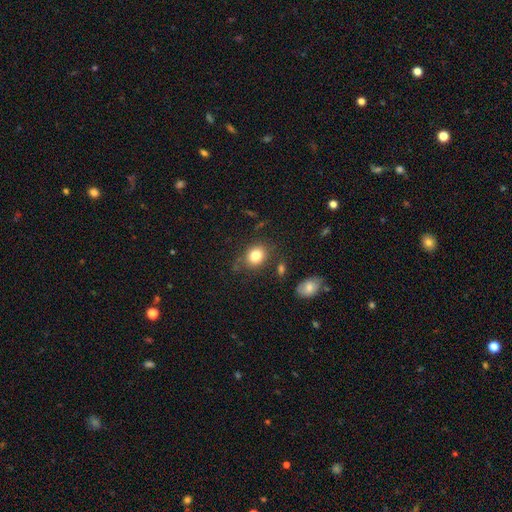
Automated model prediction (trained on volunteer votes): This is clearly a smooth galaxy (81%). How rounded: possibly round (55%). Merging: likely none (76%).